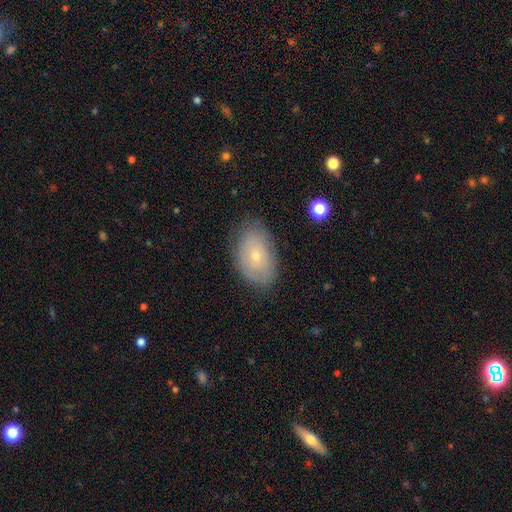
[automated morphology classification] This is possibly a smooth galaxy (54%). How rounded: clearly in between (88%). Merging: likely none (77%).